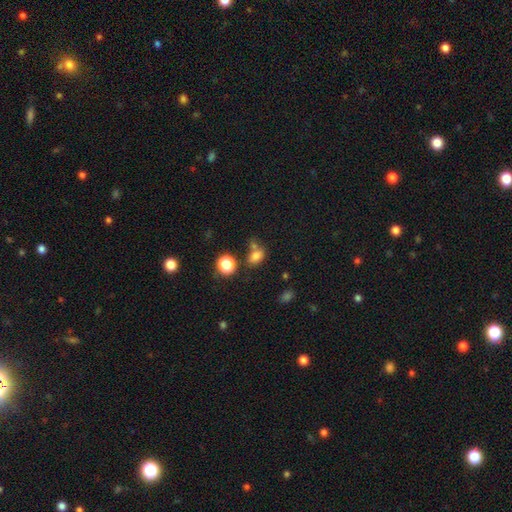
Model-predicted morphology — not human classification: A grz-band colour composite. It shows a smooth galaxy with no disk features (76%) that is in between round and cigar-shaped (71%). Merging: none (52%).